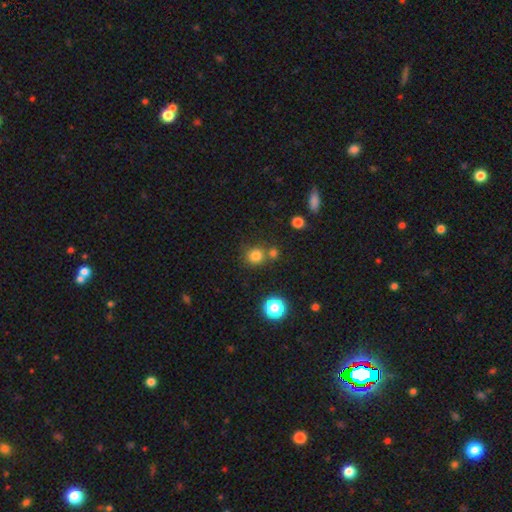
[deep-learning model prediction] Smooth or featured: smooth — 79% (star or artifact — 15%)
How rounded: round — 87% (in between — 12%)
Merging: none — 69% (merger — 18%)